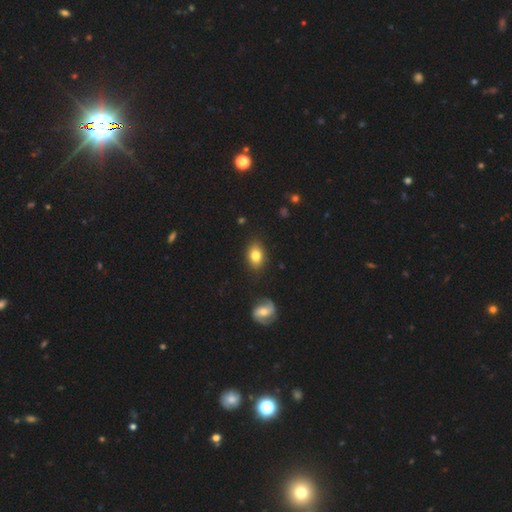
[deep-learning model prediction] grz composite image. It shows a smooth galaxy with no disk features (79%) that is in between round and cigar-shaped (79%). Merging: none (83%).